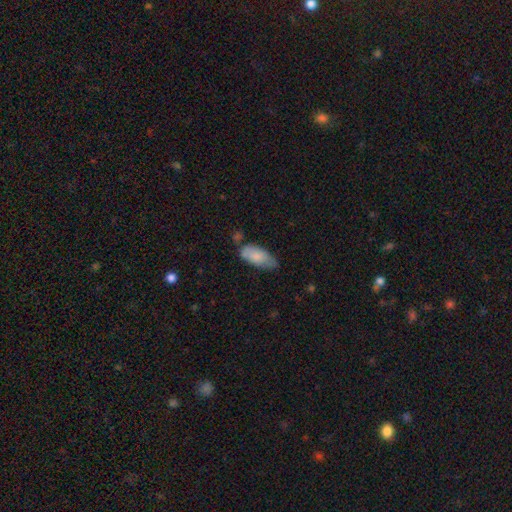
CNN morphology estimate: Smooth or featured?
  - smooth: 79% *
  - featured or disk: 15%
  - star or artifact: 6%
How rounded?
  - in between: 88% *
  - cigar-shaped: 10%
  - round: 2%
Merging?
  - none: 53% *
  - minor disturbance: 34%
  - major disturbance: 7%
  - merger: 6%